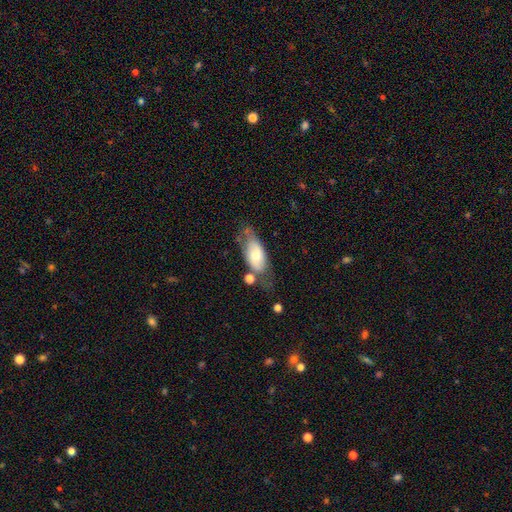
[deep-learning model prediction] Morphology: type=smooth (62%); roundness=in between (87%); merging=none (48%).